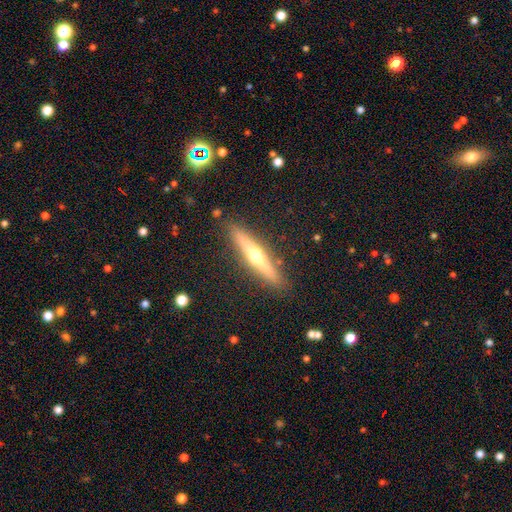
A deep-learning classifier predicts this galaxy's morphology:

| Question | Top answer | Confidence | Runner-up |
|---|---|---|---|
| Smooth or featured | featured or disk | 64% | smooth (29%) |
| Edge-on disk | yes | 96% | no (4%) |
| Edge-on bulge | rounded | 91% | none (6%) |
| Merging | none | 88% | minor disturbance (8%) |